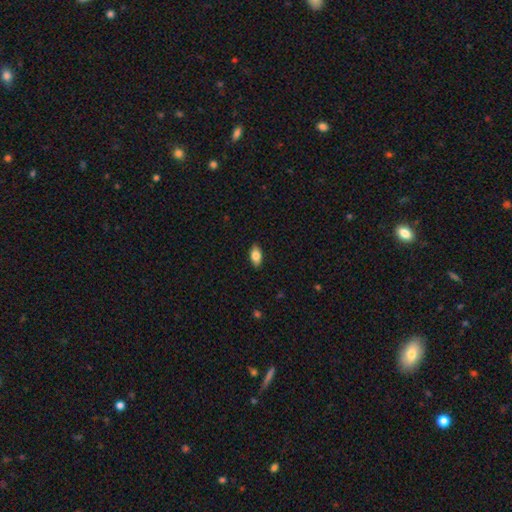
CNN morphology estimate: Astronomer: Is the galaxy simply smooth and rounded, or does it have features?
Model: smooth — 80%.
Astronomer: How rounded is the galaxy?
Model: in between — 90%.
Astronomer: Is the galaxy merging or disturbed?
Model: none — 89%.